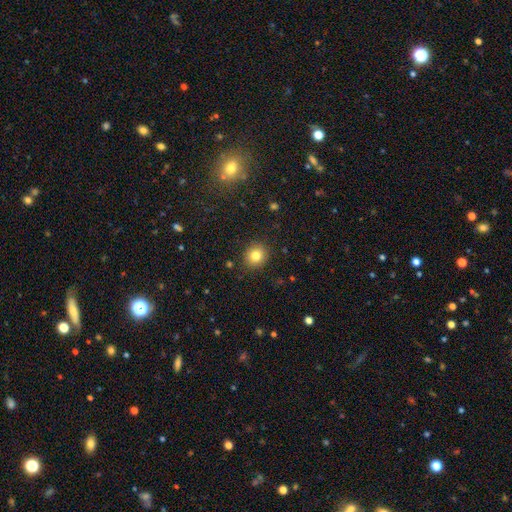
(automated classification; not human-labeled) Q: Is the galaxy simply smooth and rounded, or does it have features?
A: smooth — 81%.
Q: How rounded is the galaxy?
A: round — 86%.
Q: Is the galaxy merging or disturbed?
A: none — 89%.